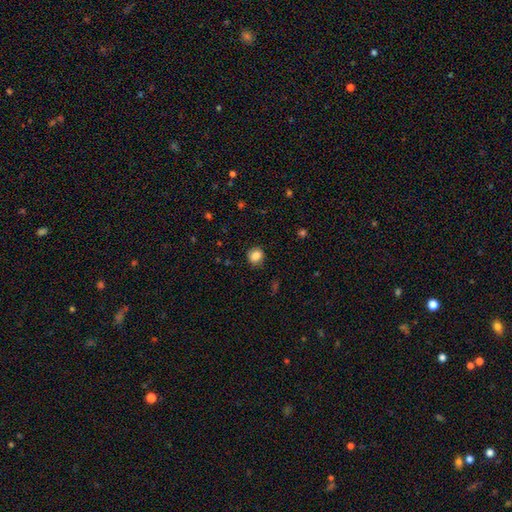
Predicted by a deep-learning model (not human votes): A smooth galaxy with no disk features (84%) that is round (75%). Merging: none (83%).